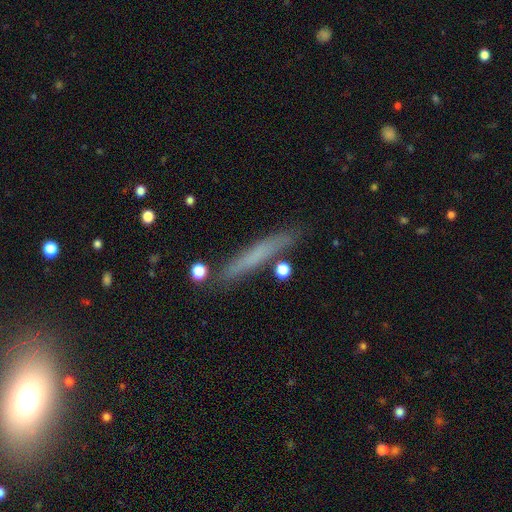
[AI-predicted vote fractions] smooth 61%, featured or disk 30%, star or artifact 9%. Down the decision tree: how rounded — cigar-shaped (95%); merging — none (85%).